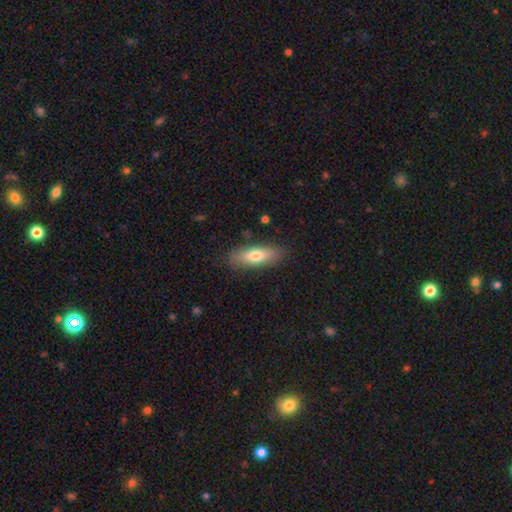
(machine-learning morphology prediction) Smooth or featured?
  - smooth: 71% *
  - featured or disk: 23%
  - star or artifact: 7%
How rounded?
  - in between: 62% *
  - cigar-shaped: 35%
  - round: 3%
Merging?
  - none: 84% *
  - minor disturbance: 12%
  - major disturbance: 3%
  - merger: 1%